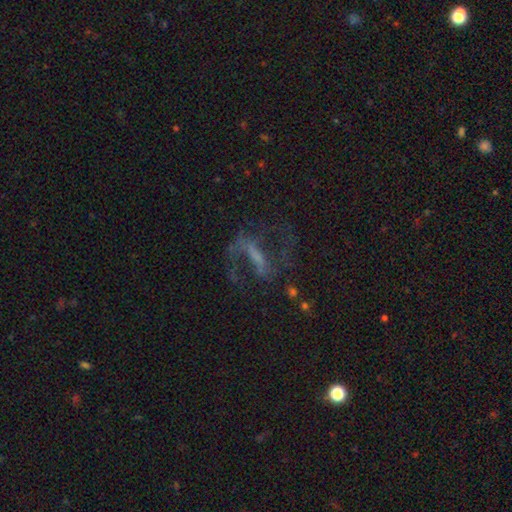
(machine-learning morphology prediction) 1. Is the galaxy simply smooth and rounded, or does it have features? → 73% featured or disk, 14% star or artifact, 13% smooth.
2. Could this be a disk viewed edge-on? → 92% no, 8% yes.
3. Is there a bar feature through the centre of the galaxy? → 56% strong, 30% weak, 14% no.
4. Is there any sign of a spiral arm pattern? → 80% yes, 20% no.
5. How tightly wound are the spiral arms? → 54% loose, 37% medium, 9% tight.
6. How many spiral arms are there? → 83% 2, 7% can't tell, 6% 1, 2% 3, 1% 4, 1% more than 4.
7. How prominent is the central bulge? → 44% none, 30% small, 20% moderate, 5% large, 2% dominant.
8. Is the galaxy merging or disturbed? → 57% none, 25% major disturbance, 14% minor disturbance, 3% merger.